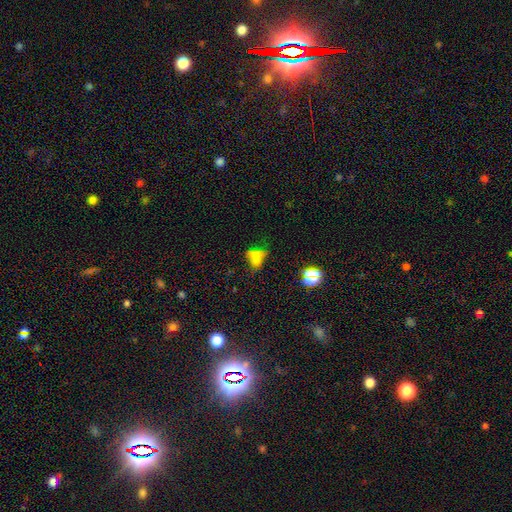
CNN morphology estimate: smooth_or_featured: smooth (p=0.51) [alt: featured or disk p=0.25]
how_rounded: in between (p=0.73) [alt: round p=0.22]
merging: none (p=0.31) [alt: merger p=0.25]